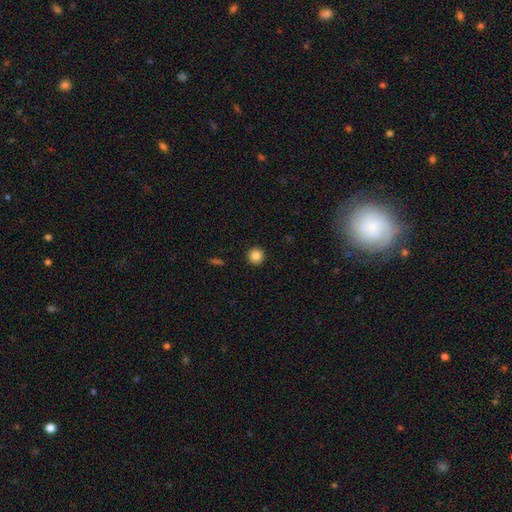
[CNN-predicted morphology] smooth-or-featured: smooth: 85% | star or artifact: 10% | featured or disk: 5%
  how-rounded: round: 96% | in between: 3% | cigar-shaped: 1%
  merging: none: 93% | minor disturbance: 4% | major disturbance: 1% | merger: 1%